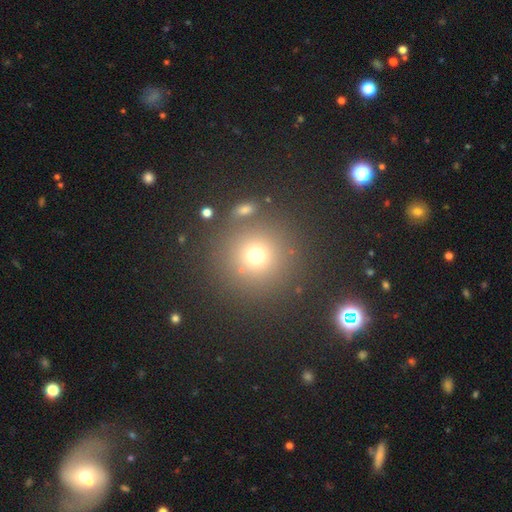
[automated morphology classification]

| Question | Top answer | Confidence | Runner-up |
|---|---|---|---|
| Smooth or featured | smooth | 70% | star or artifact (20%) |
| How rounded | round | 94% | in between (5%) |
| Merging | none | 81% | minor disturbance (7%) |